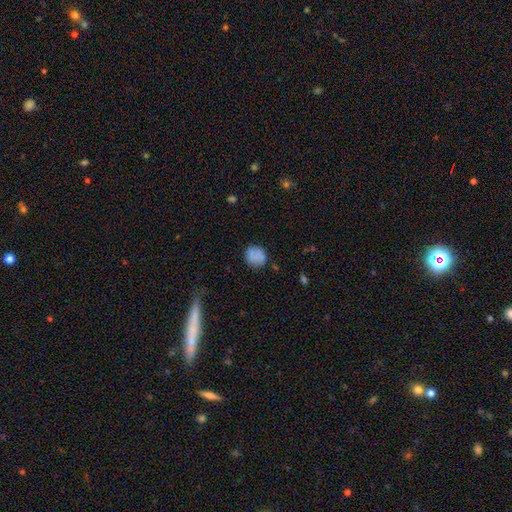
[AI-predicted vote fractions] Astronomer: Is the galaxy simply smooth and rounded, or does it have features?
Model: smooth — 78%.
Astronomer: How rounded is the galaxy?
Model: round — 80%.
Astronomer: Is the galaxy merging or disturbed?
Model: none — 72%.